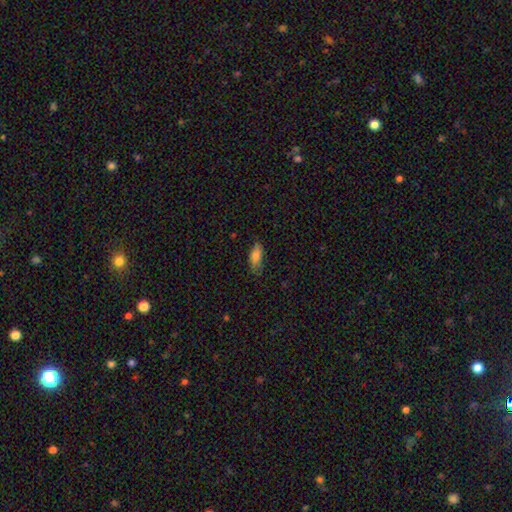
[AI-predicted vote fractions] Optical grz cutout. It shows a smooth galaxy with no disk features (82%) that is in between round and cigar-shaped (79%). Merging: none (71%).